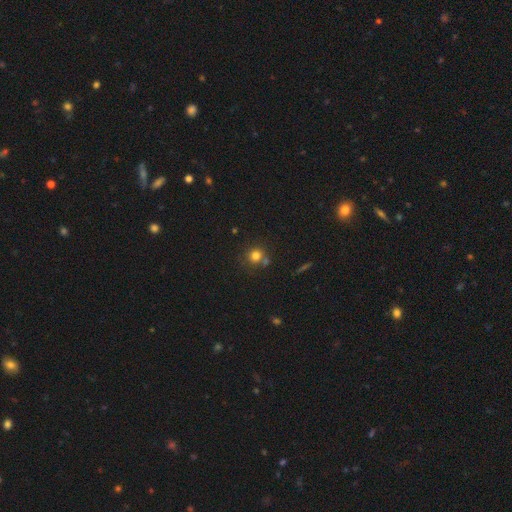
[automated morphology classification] The model was most divided on "merging": none: 66%, merger: 20%, minor disturbance: 11%, major disturbance: 4%. More confident: how rounded — round (90%); smooth or featured — smooth (78%).